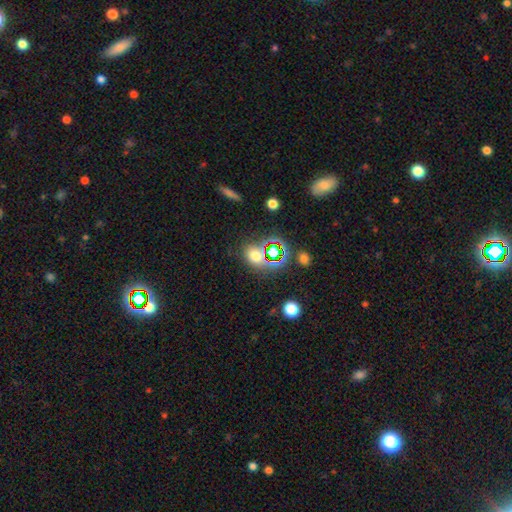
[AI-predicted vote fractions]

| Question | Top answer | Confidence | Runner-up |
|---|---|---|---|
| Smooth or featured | smooth | 58% | star or artifact (33%) |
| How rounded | round | 53% | in between (45%) |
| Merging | none | 72% | minor disturbance (12%) |